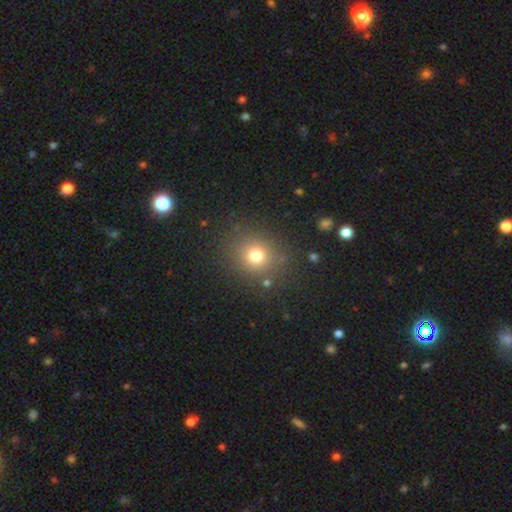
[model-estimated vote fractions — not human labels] A smooth galaxy with no disk features (73%) that is round (85%). Merging: none (85%).